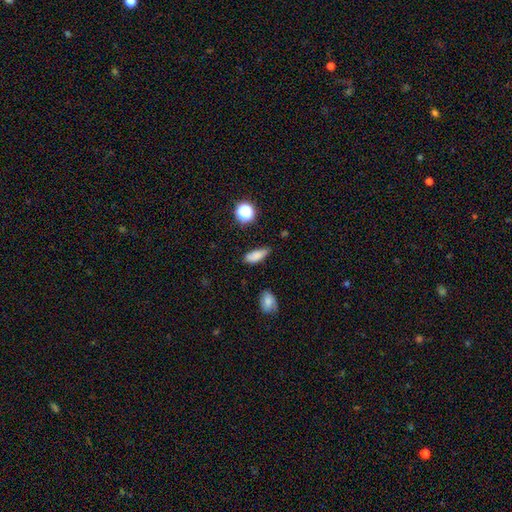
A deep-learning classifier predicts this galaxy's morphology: This is clearly a smooth galaxy (82%). How rounded: likely in between (73%). Merging: likely none (65%).